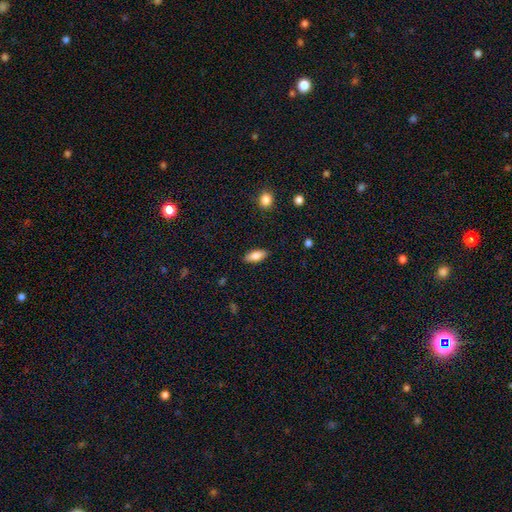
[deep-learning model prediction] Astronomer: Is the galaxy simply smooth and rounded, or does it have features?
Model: smooth — 83%.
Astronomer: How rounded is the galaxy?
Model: in between — 79%.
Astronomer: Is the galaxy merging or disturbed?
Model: none — 88%.